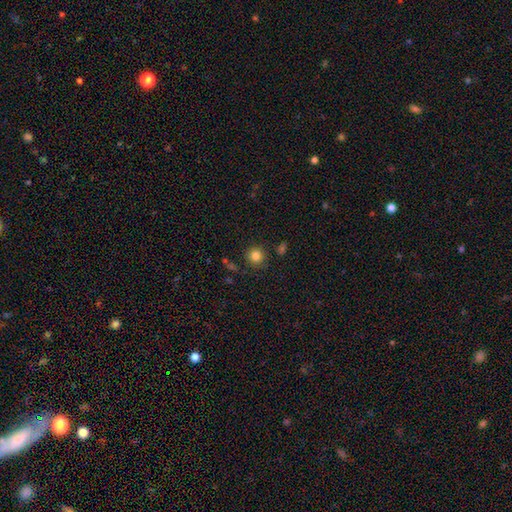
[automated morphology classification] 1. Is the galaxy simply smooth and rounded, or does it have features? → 82% smooth, 12% star or artifact, 6% featured or disk.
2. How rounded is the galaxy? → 93% round, 6% in between, 1% cigar-shaped.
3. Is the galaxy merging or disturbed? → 86% none, 8% minor disturbance, 3% merger, 3% major disturbance.